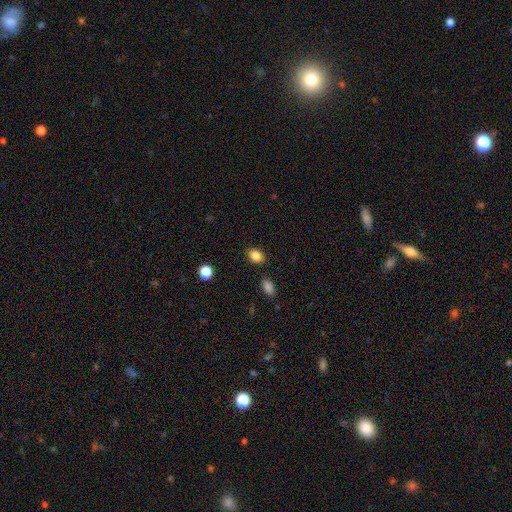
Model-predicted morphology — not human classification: This appears to be a smooth galaxy with no disk features (86%) that is in between round and cigar-shaped (66%). Merging: none (84%).